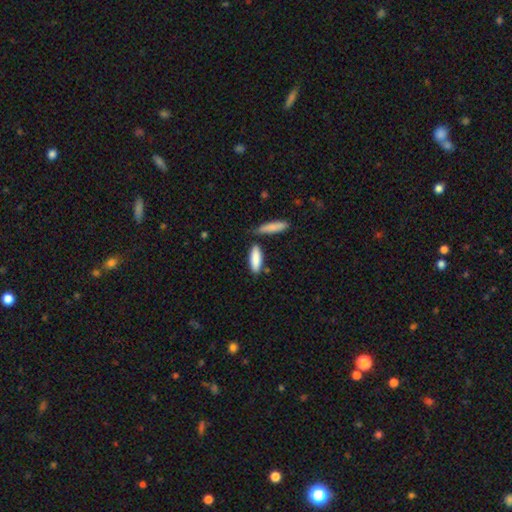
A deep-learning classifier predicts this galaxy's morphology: Q: Smooth or featured?
A: smooth (87%); runner-up: featured or disk (8%)
Q: How rounded?
A: cigar-shaped (51%); runner-up: in between (47%)
Q: Merging?
A: none (71%); runner-up: minor disturbance (14%)